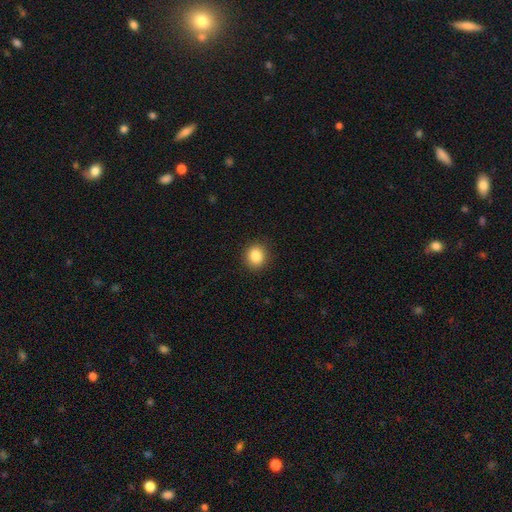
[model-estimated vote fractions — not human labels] smooth-or-featured: smooth: 86% | star or artifact: 9% | featured or disk: 5%
  how-rounded: round: 80% | in between: 19% | cigar-shaped: 1%
  merging: none: 91% | minor disturbance: 6% | major disturbance: 2% | merger: 1%